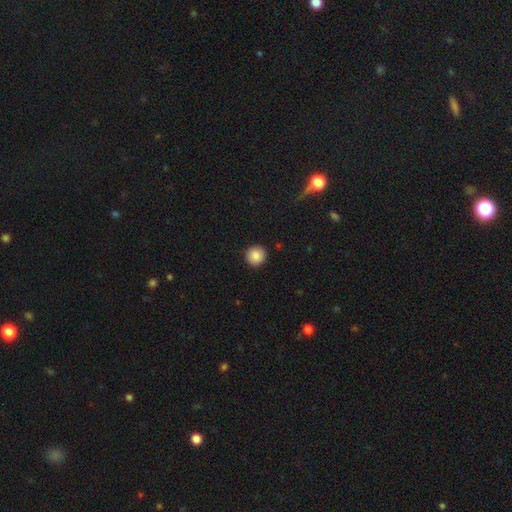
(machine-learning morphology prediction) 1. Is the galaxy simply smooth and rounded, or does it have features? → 87% smooth, 9% star or artifact, 4% featured or disk.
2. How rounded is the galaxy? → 93% round, 6% in between, 1% cigar-shaped.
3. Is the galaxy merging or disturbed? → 91% none, 6% minor disturbance, 2% major disturbance, 1% merger.